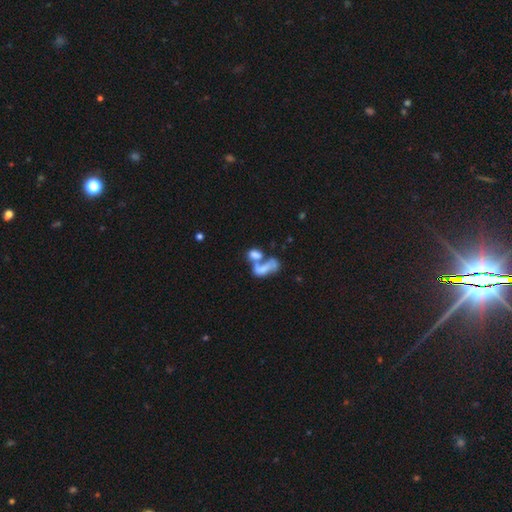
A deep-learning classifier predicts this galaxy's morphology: Q: Smooth or featured?
A: smooth (61%); runner-up: featured or disk (28%)
Q: How rounded?
A: in between (83%); runner-up: round (11%)
Q: Merging?
A: merger (68%); runner-up: none (14%)